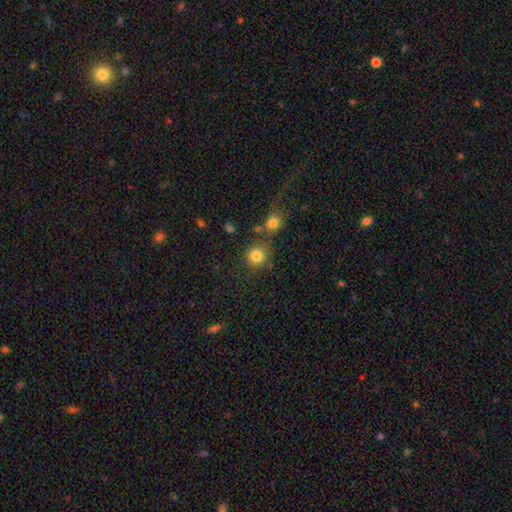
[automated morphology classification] This is clearly a smooth galaxy (82%). How rounded: clearly round (90%). Merging: likely none (67%).